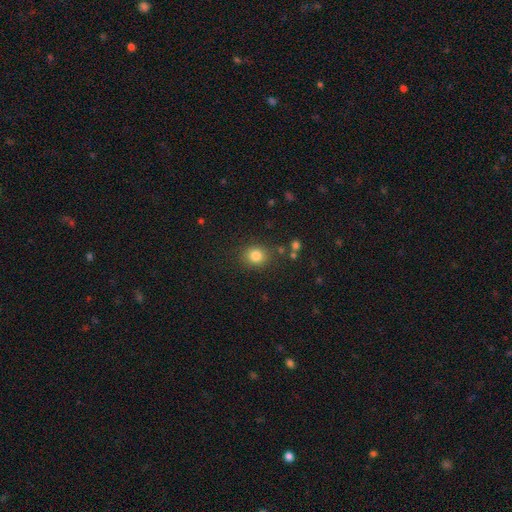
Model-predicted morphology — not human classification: A smooth galaxy with no disk features (83%) that is round (74%).

Vote fractions:
- Smooth or featured? smooth: 83% / star or artifact: 11% / featured or disk: 6%
- How rounded? round: 74% / in between: 25% / cigar-shaped: 1%
- Merging? none: 84% / minor disturbance: 10% / major disturbance: 3% / merger: 3%